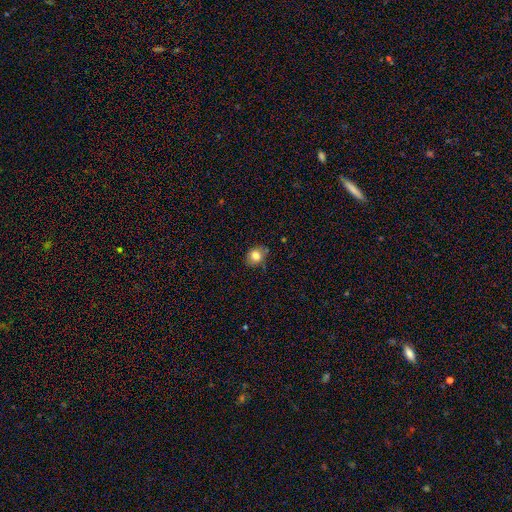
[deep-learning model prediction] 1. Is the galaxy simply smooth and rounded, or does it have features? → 81% smooth, 10% star or artifact, 9% featured or disk.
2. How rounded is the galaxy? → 58% round, 41% in between, 1% cigar-shaped.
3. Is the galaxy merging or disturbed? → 75% none, 19% minor disturbance, 3% major disturbance, 2% merger.